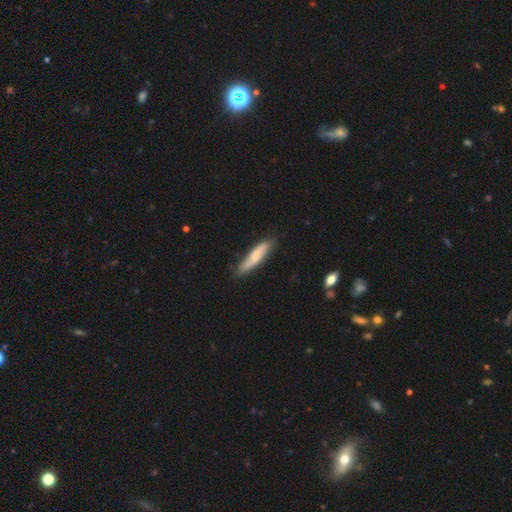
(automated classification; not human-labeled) Q: Smooth or featured?
A: smooth (63%); runner-up: featured or disk (31%)
Q: How rounded?
A: cigar-shaped (77%); runner-up: in between (21%)
Q: Merging?
A: none (78%); runner-up: minor disturbance (18%)